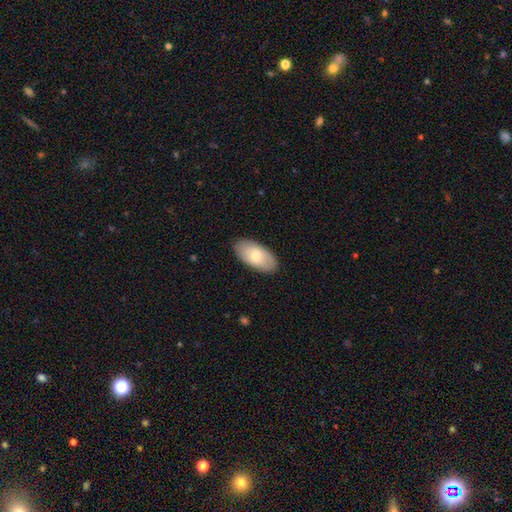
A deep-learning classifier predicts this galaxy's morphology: A smooth galaxy with no disk features (68%) that is in between round and cigar-shaped (94%). Merging: none (86%).